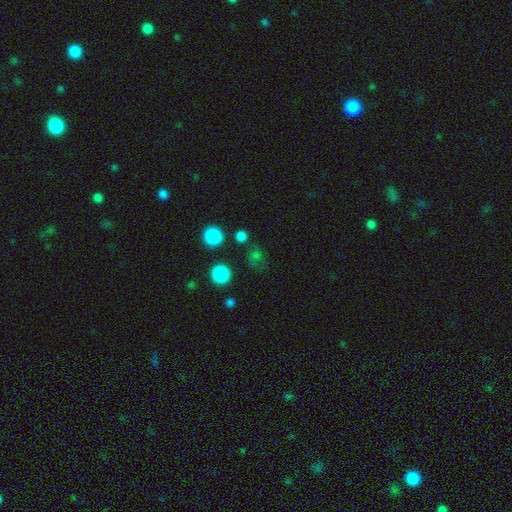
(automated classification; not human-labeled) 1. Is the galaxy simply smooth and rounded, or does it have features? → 64% smooth, 27% star or artifact, 9% featured or disk.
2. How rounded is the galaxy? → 77% round, 22% in between, 1% cigar-shaped.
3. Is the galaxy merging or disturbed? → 67% none, 15% minor disturbance, 12% major disturbance, 6% merger.